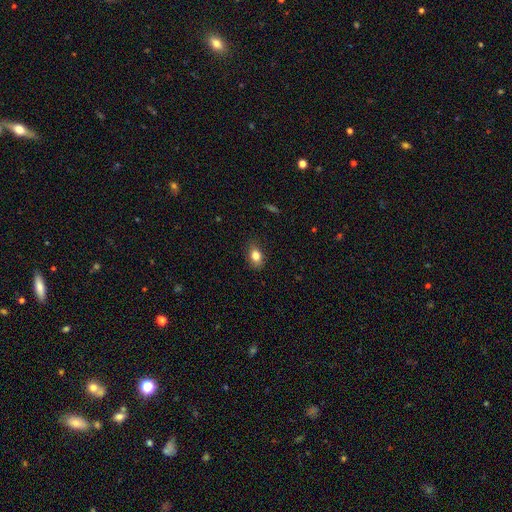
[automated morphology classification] This appears to be a smooth galaxy with no disk features (82%) that is in between round and cigar-shaped (75%). Merging: none (82%).